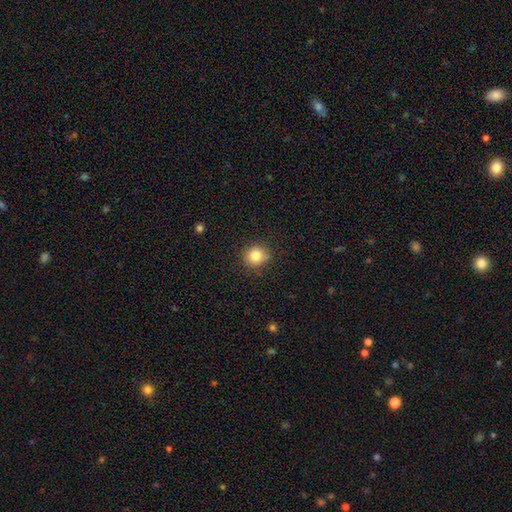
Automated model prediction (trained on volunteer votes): This appears to be a smooth galaxy with no disk features (83%) that is round (87%). Merging: none (84%).